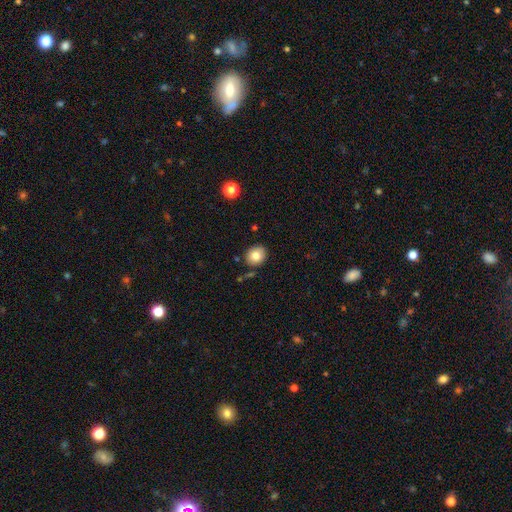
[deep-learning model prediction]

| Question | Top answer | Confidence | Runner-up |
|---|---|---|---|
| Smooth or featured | smooth | 80% | featured or disk (11%) |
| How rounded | round | 78% | in between (21%) |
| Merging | none | 84% | minor disturbance (10%) |